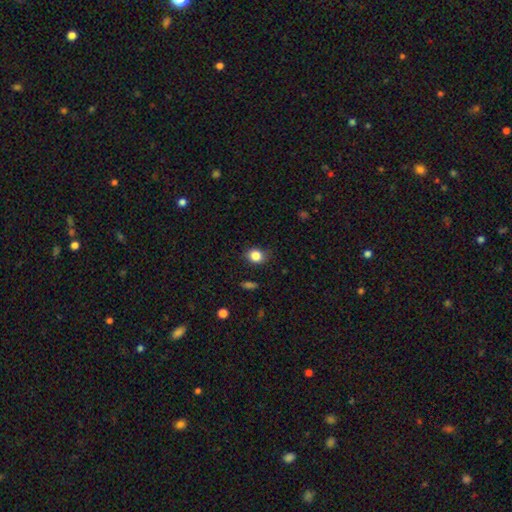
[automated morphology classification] type=smooth (84%); roundness=round (60%); merging=none (80%).